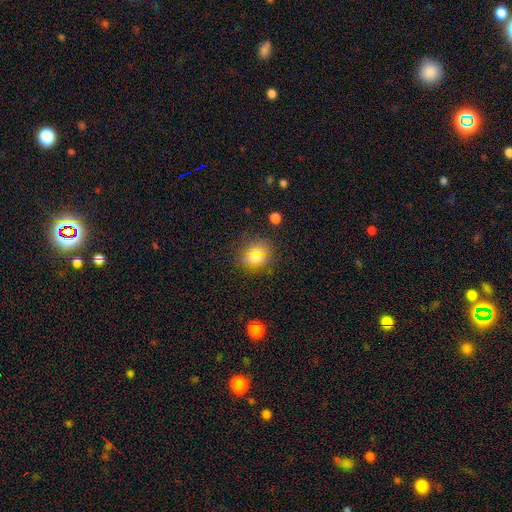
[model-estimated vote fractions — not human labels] This appears to be a smooth galaxy with no disk features (66%) that is round (67%). Merging: none (84%).